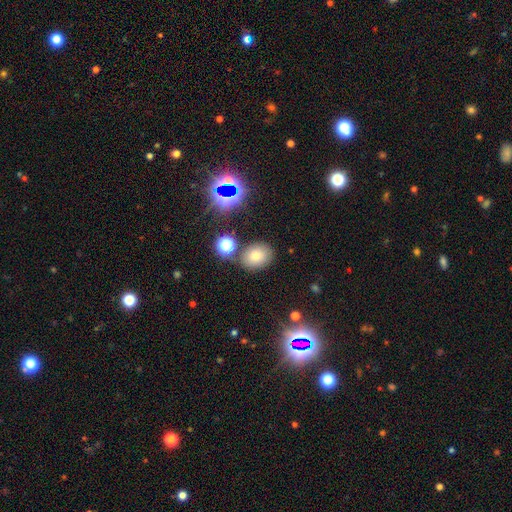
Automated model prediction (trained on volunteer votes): A smooth galaxy with no disk features (65%) that is in between round and cigar-shaped (57%). Merging: none (80%).